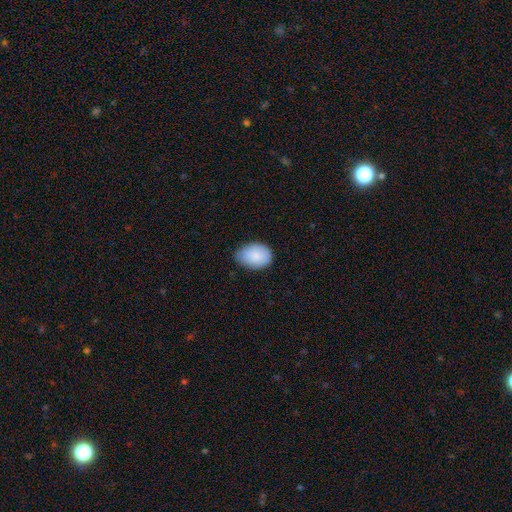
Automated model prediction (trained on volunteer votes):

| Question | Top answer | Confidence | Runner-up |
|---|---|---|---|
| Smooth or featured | smooth | 87% | featured or disk (7%) |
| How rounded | in between | 84% | round (15%) |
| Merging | none | 75% | minor disturbance (21%) |